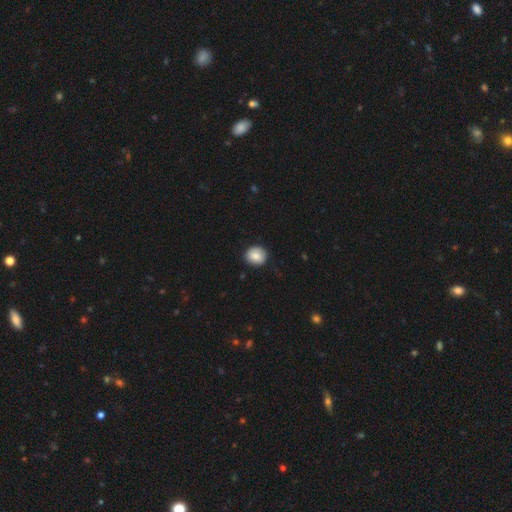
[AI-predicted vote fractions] A smooth galaxy with no disk features (84%) that is round (76%). Merging: none (87%).